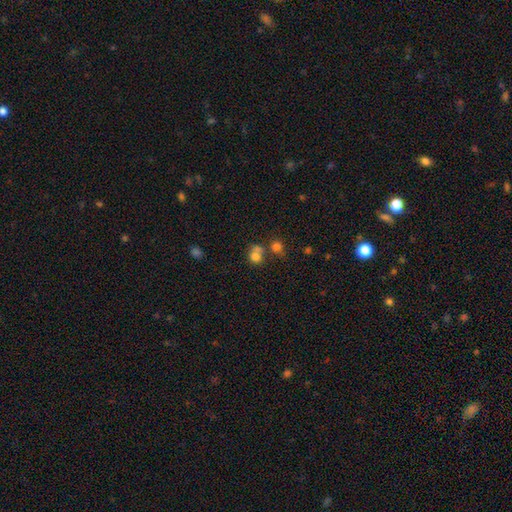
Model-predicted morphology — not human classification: smooth-or-featured: smooth: 75% | star or artifact: 14% | featured or disk: 11%
  how-rounded: round: 79% | in between: 20% | cigar-shaped: 1%
  merging: none: 43% | merger: 42% | minor disturbance: 10% | major disturbance: 5%